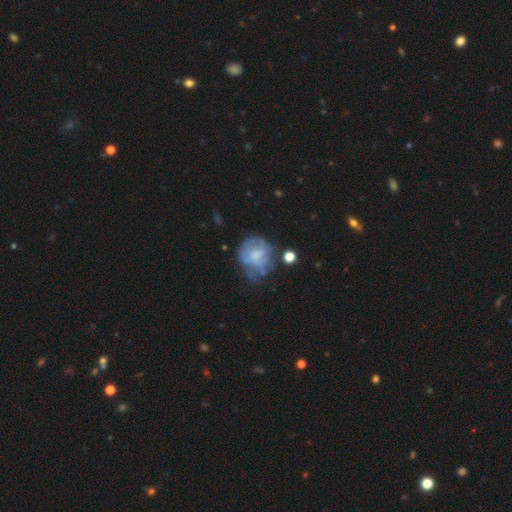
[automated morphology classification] Smooth or featured? featured or disk (49%)
Merging? none (39%)